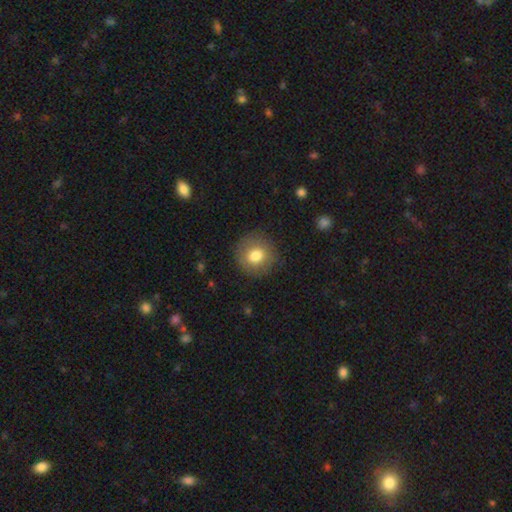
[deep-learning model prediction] smooth 79%, featured or disk 12%, star or artifact 9%. Down the decision tree: how rounded — round (93%); merging — none (87%).